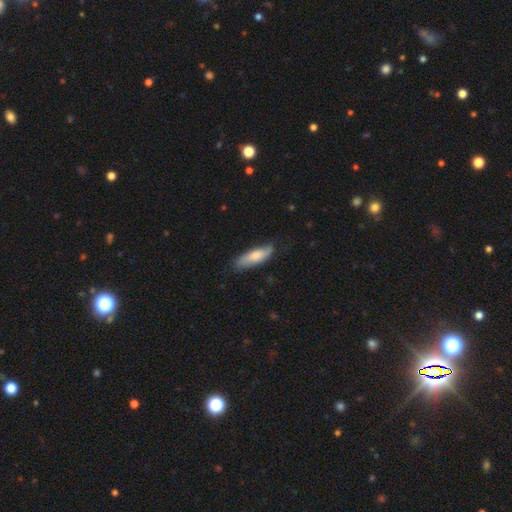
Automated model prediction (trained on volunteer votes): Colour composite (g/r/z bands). It shows a smooth galaxy with no disk features (70%) that is in between round and cigar-shaped (53%). Merging: none (70%).